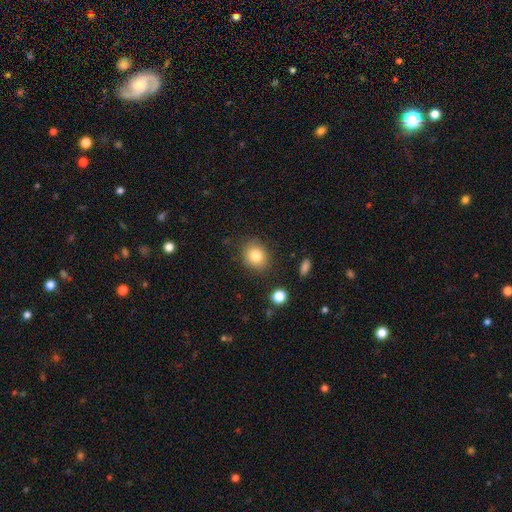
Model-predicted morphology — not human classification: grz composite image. It shows a smooth galaxy with no disk features (82%) that is round (63%). Merging: none (82%).